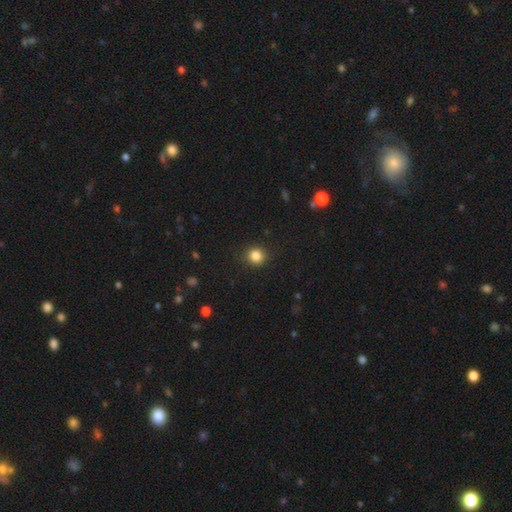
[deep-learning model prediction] Morphology: type=smooth (84%); roundness=round (89%); merging=none (89%).